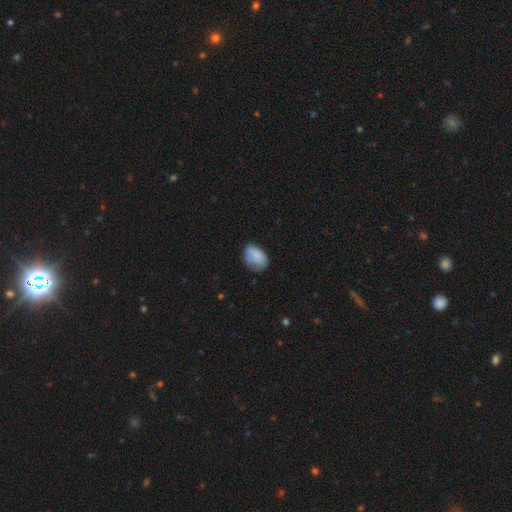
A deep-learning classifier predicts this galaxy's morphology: smooth-or-featured: smooth: 82% | featured or disk: 10% | star or artifact: 8%
  how-rounded: in between: 82% | round: 16% | cigar-shaped: 1%
  merging: none: 59% | minor disturbance: 31% | major disturbance: 9% | merger: 2%